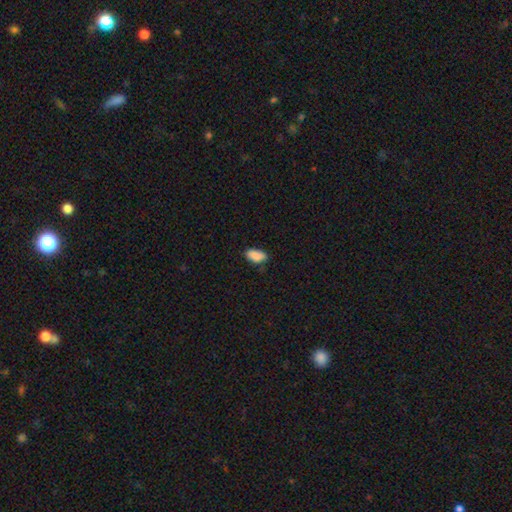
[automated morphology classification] Smooth or featured?
  - smooth: 88% *
  - star or artifact: 8%
  - featured or disk: 5%
How rounded?
  - in between: 93% *
  - round: 4%
  - cigar-shaped: 4%
Merging?
  - none: 72% *
  - minor disturbance: 23%
  - major disturbance: 4%
  - merger: 2%